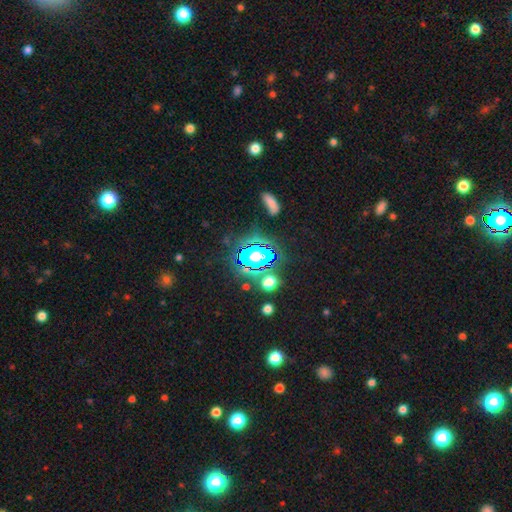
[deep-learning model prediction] Q: Smooth or featured?
A: star or artifact (59%); runner-up: smooth (27%)